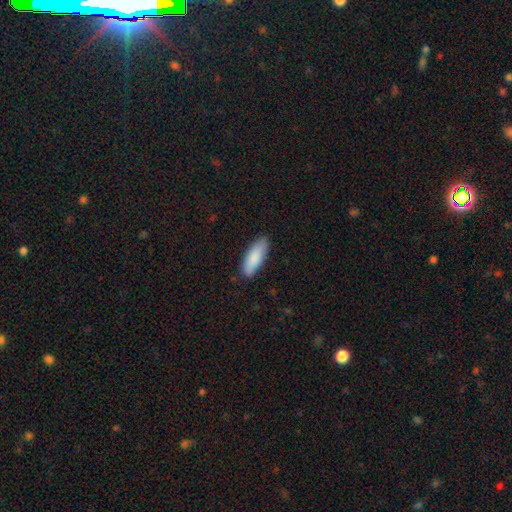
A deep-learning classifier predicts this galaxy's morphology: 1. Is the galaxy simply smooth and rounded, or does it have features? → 87% smooth, 8% featured or disk, 5% star or artifact.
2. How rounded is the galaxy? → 64% in between, 35% cigar-shaped, 2% round.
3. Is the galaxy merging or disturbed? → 84% none, 13% minor disturbance, 2% major disturbance, 1% merger.